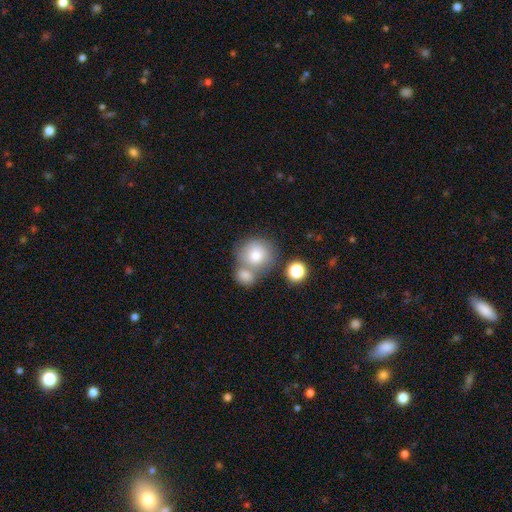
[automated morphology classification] A smooth galaxy with no disk features (75%) that is round (85%).

Vote fractions:
- Smooth or featured? smooth: 75% / featured or disk: 15% / star or artifact: 10%
- How rounded? round: 85% / in between: 14% / cigar-shaped: 1%
- Merging? none: 44% / merger: 43% / minor disturbance: 10% / major disturbance: 4%